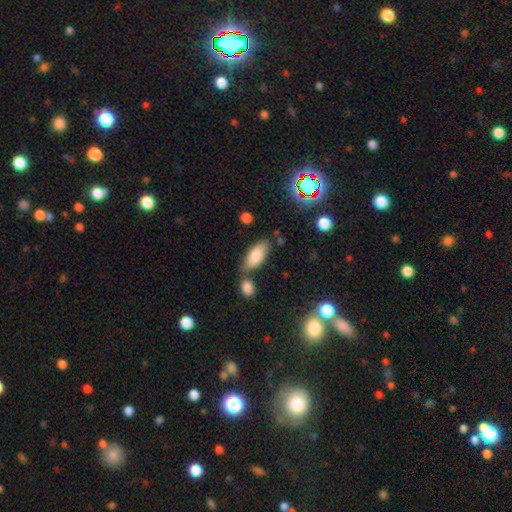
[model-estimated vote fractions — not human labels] Overall: smooth (79%). How rounded: in between (84%). Merging: none (65%).